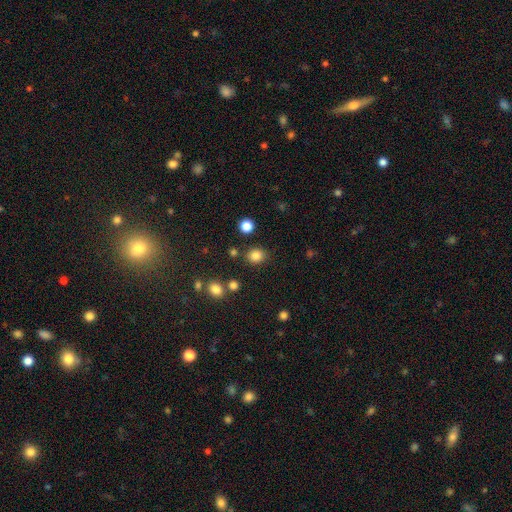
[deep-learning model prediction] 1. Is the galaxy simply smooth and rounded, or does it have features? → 83% smooth, 12% star or artifact, 4% featured or disk.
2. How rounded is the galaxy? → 71% round, 28% in between, 1% cigar-shaped.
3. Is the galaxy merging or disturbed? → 83% none, 9% minor disturbance, 4% merger, 3% major disturbance.